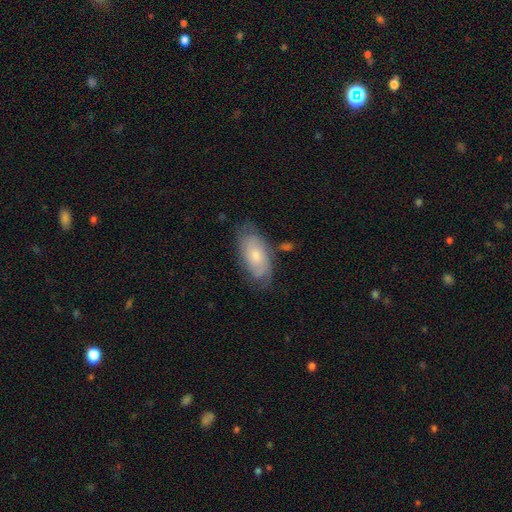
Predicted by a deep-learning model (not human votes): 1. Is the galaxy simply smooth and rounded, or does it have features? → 47% featured or disk, 46% smooth, 7% star or artifact.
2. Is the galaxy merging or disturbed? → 65% none, 24% minor disturbance, 8% major disturbance, 3% merger.